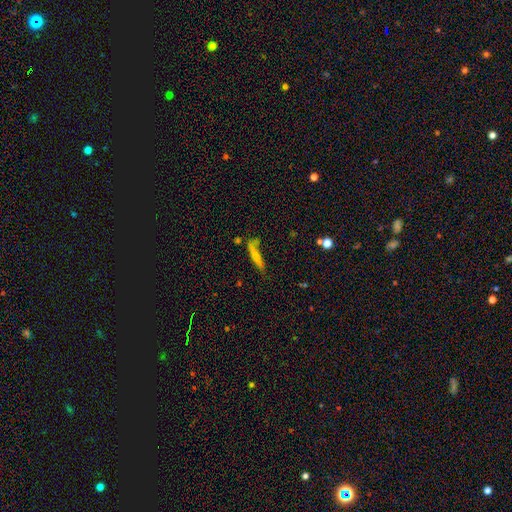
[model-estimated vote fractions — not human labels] This appears to be a smooth galaxy with no disk features (70%) that is cigar-shaped (89%). Merging: none (55%).